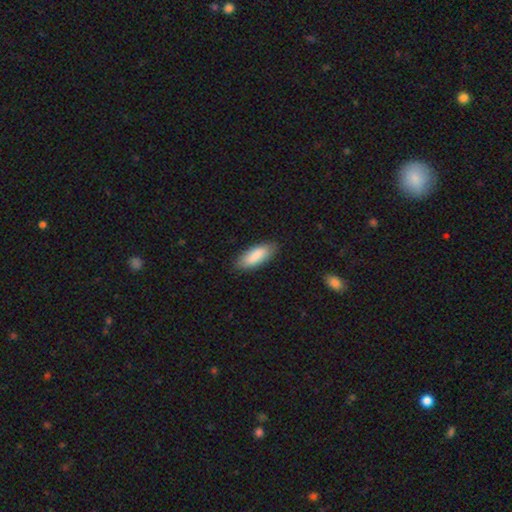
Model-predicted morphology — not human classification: The model was most divided on "how rounded": in between: 75%, cigar-shaped: 24%, round: 2%. More confident: smooth or featured — smooth (87%); merging — none (85%).